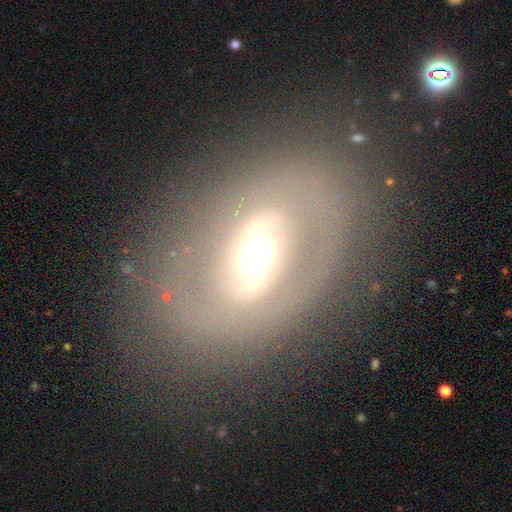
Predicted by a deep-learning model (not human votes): This is likely a featured or disk galaxy (65%). It is clearly not viewed edge-on (90%). Bar: marginally strong (36%). Spiral arm pattern: likely no (71%). Central bulge: possibly moderate (54%). Merging: likely none (78%).